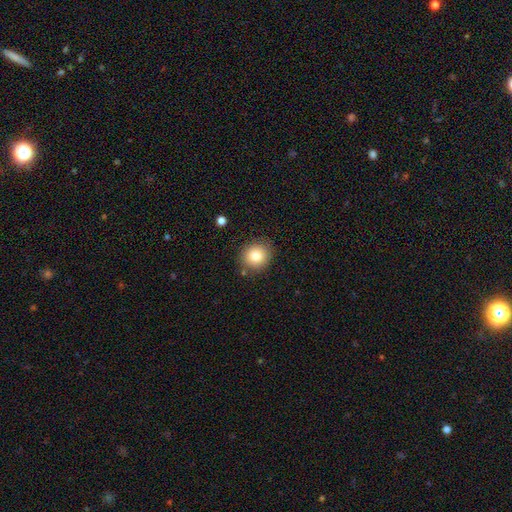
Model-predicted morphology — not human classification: This is clearly a smooth galaxy (81%). How rounded: clearly round (81%). Merging: clearly none (85%).